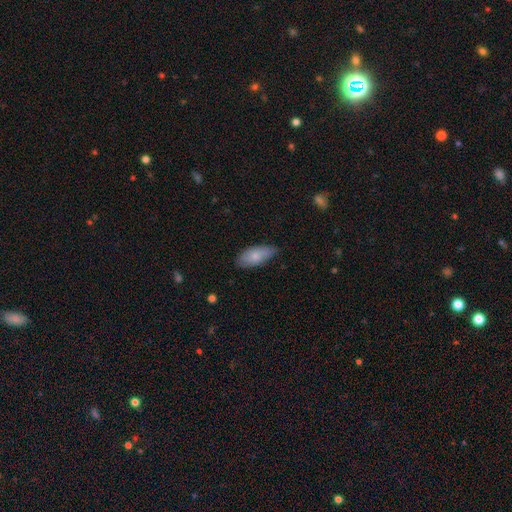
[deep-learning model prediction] This appears to be a smooth galaxy with no disk features (78%) that is in between round and cigar-shaped (90%). Merging: none (67%).